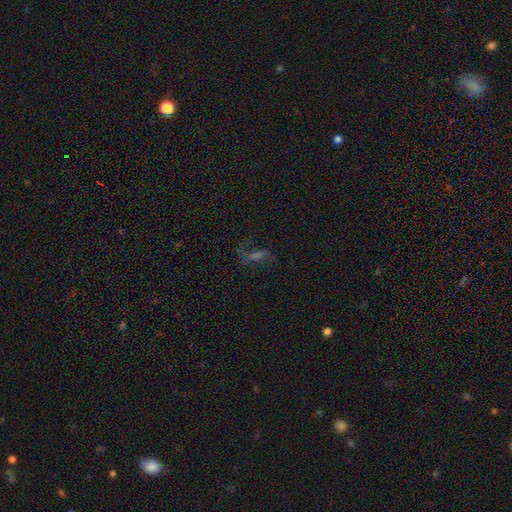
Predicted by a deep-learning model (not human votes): Q: Smooth or featured?
A: featured or disk (46%); runner-up: star or artifact (30%)
Q: Merging?
A: none (57%); runner-up: major disturbance (23%)